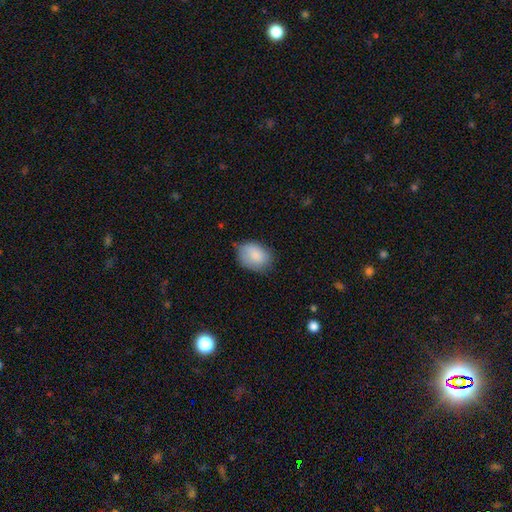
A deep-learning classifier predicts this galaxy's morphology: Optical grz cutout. It shows a smooth galaxy with no disk features (86%) that is in between round and cigar-shaped (74%). Merging: none (69%).